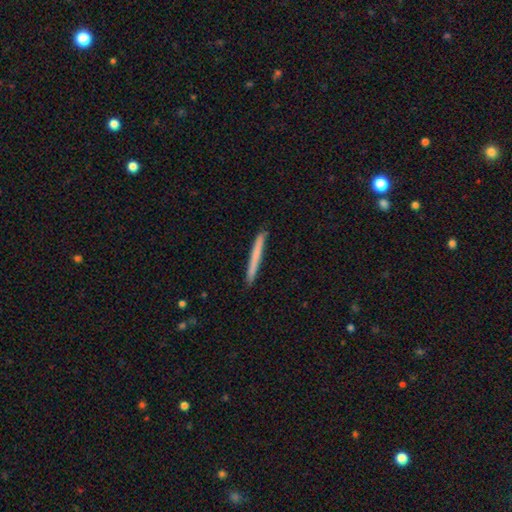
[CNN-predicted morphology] Smooth or featured?
  - smooth: 65% *
  - featured or disk: 29%
  - star or artifact: 5%
How rounded?
  - cigar-shaped: 97% *
  - in between: 2%
  - round: 1%
Merging?
  - none: 91% *
  - minor disturbance: 6%
  - major disturbance: 1%
  - merger: 1%